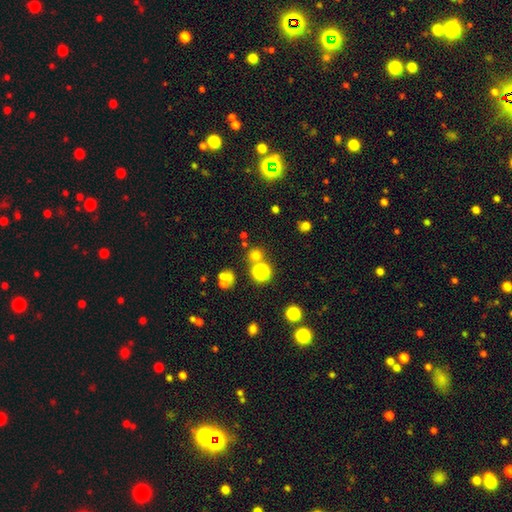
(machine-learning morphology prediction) smooth 68%, star or artifact 24%, featured or disk 8%. Down the decision tree: how rounded — round (91%); merging — none (71%).